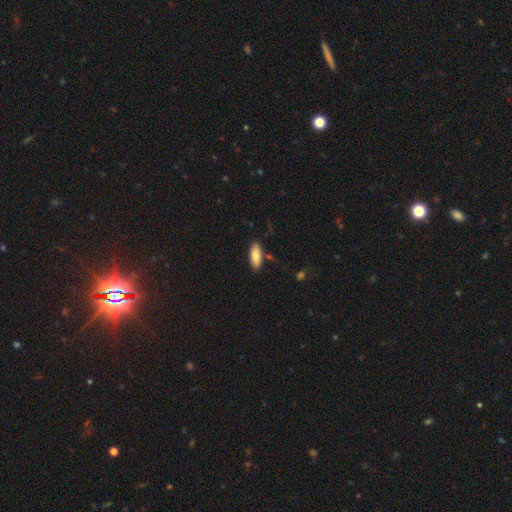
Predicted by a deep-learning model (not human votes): This appears to be a smooth galaxy with no disk features (81%) that is in between round and cigar-shaped (78%). Merging: none (83%).